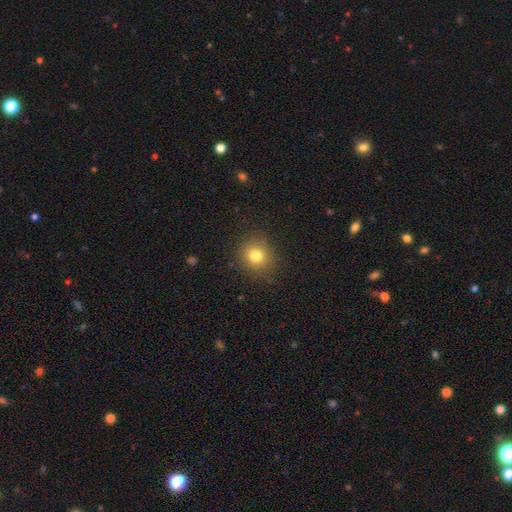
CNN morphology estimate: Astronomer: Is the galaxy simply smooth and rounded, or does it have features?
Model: smooth — 79%.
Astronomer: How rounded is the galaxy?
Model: round — 82%.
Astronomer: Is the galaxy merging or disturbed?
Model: none — 86%.